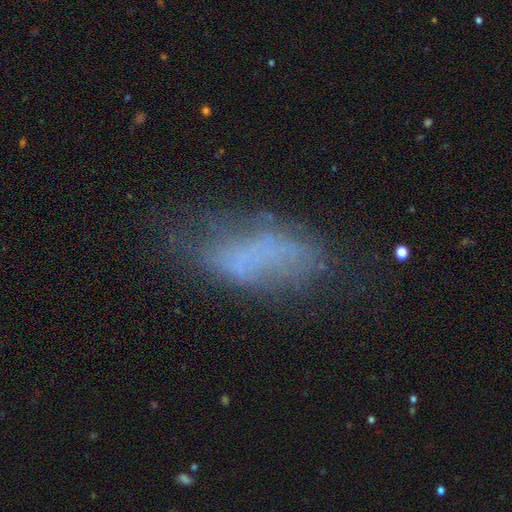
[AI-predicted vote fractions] A smooth galaxy with no disk features (47%).

Vote fractions:
- Smooth or featured? smooth: 47% / featured or disk: 38% / star or artifact: 15%
- Merging? none: 43% / minor disturbance: 27% / major disturbance: 25% / merger: 5%